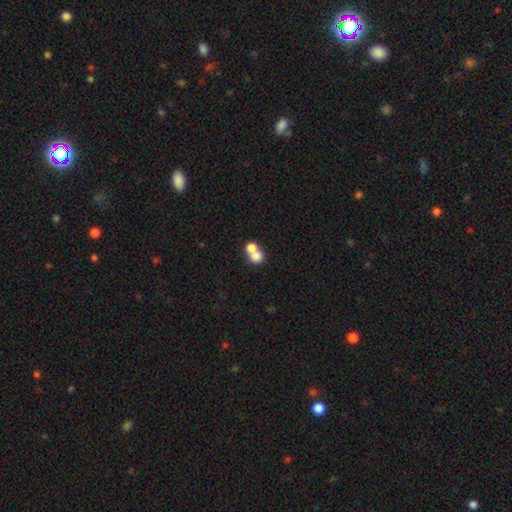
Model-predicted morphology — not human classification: Smooth or featured?
  - smooth: 75% *
  - featured or disk: 15%
  - star or artifact: 10%
How rounded?
  - round: 69% *
  - in between: 30%
  - cigar-shaped: 1%
Merging?
  - merger: 67% *
  - none: 25%
  - minor disturbance: 5%
  - major disturbance: 3%